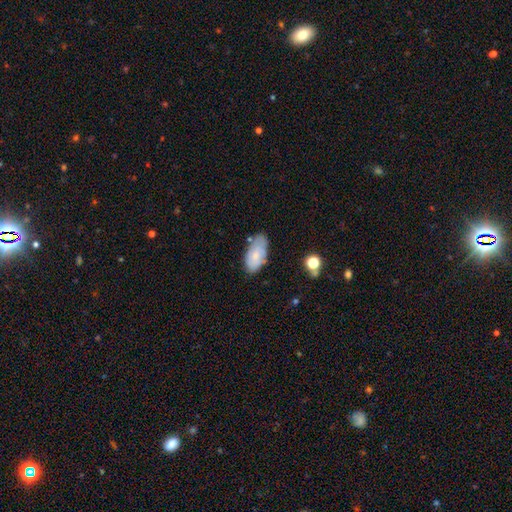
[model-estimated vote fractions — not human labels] smooth 68%, featured or disk 24%, star or artifact 7%. Down the decision tree: how rounded — in between (93%); merging — none (65%).